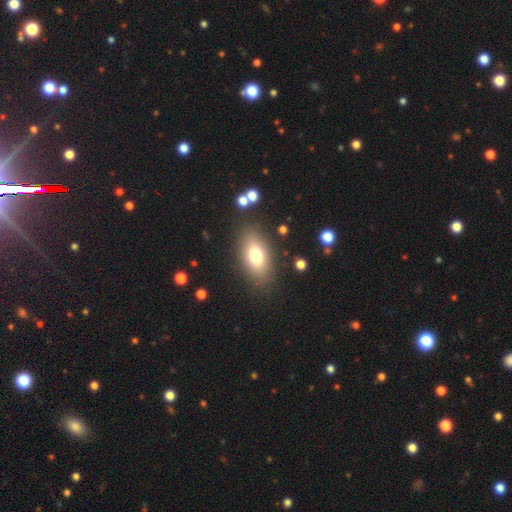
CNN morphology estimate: Overall: smooth (73%). How rounded: in between (86%). Merging: none (83%).